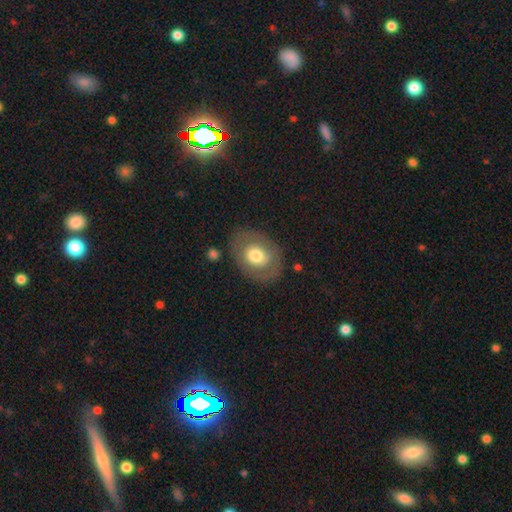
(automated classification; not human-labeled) Smooth or featured? Predicted: smooth (p=0.59). How rounded? Predicted: in between (p=0.66). Merging? Predicted: none (p=0.79).